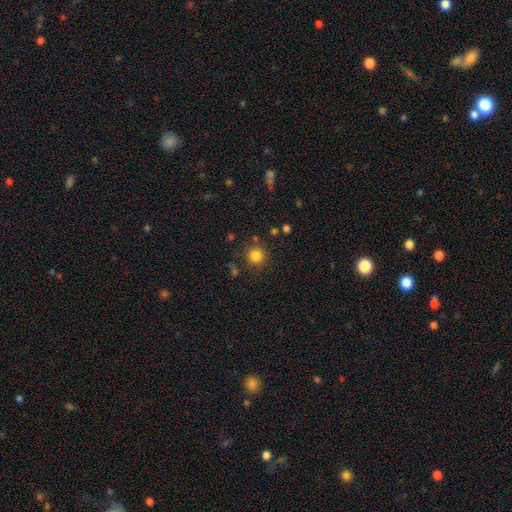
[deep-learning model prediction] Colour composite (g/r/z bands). It shows a smooth galaxy with no disk features (82%) that is round (94%). Merging: none (85%).